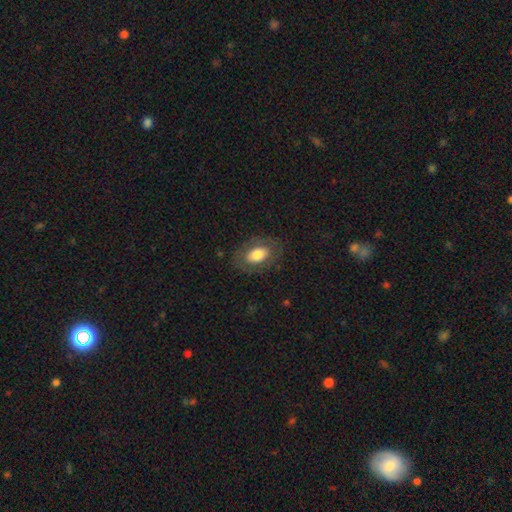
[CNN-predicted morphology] smooth 67%, featured or disk 25%, star or artifact 8%. Down the decision tree: how rounded — in between (87%); merging — none (81%).